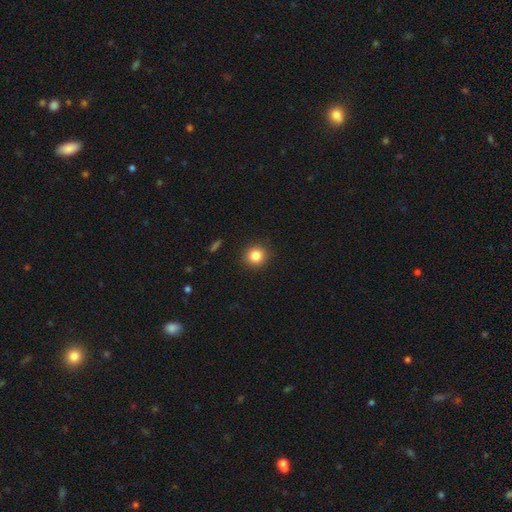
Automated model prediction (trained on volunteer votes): smooth-or-featured: smooth: 84% | star or artifact: 11% | featured or disk: 6%
  how-rounded: round: 91% | in between: 8% | cigar-shaped: 1%
  merging: none: 91% | minor disturbance: 6% | major disturbance: 2% | merger: 1%